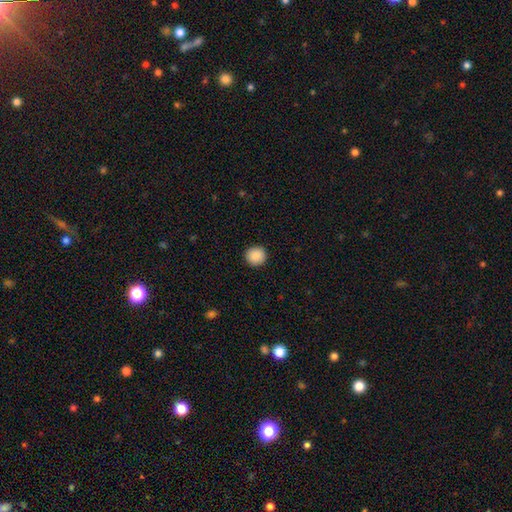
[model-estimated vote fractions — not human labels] Smooth or featured? smooth (89%)
How rounded? round (93%)
Merging? none (93%)